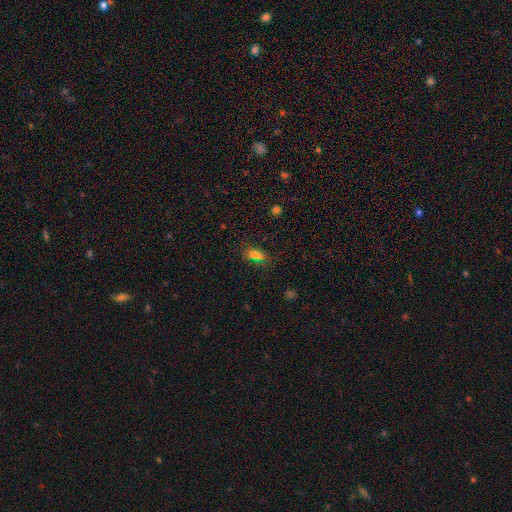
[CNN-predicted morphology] This is likely a smooth galaxy (75%). How rounded: clearly in between (81%). Merging: likely none (80%).